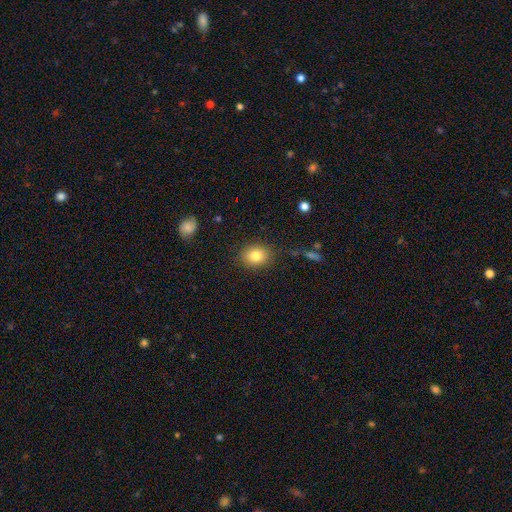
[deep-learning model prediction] Q: Smooth or featured?
A: smooth (83%); runner-up: star or artifact (10%)
Q: How rounded?
A: round (54%); runner-up: in between (45%)
Q: Merging?
A: none (85%); runner-up: minor disturbance (10%)